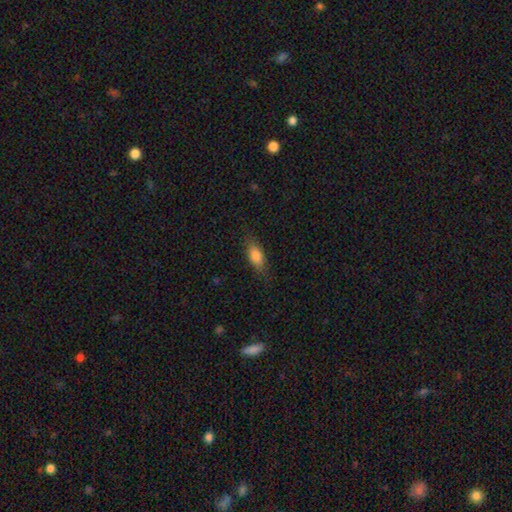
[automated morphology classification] type=smooth (81%); roundness=in between (78%); merging=none (78%).